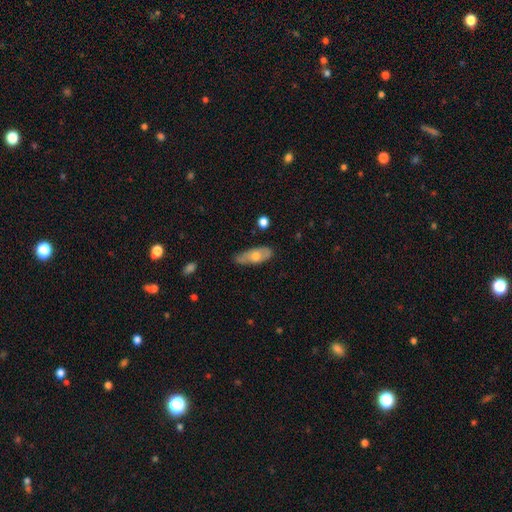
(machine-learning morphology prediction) smooth-or-featured: smooth: 52% | featured or disk: 42% | star or artifact: 7%
  how-rounded: in between: 70% | cigar-shaped: 26% | round: 3%
  merging: none: 73% | minor disturbance: 21% | major disturbance: 4% | merger: 2%